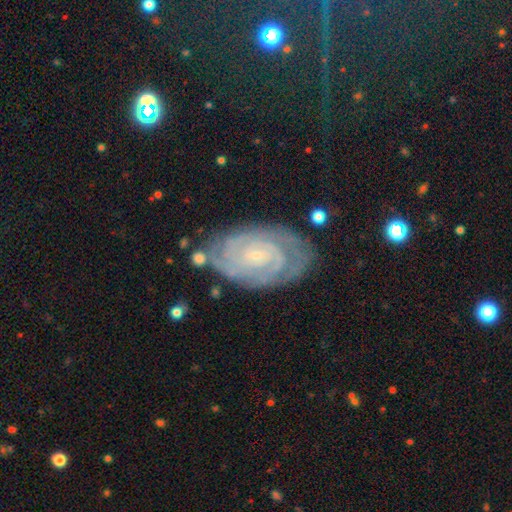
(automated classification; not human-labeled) Smooth or featured?
  - featured or disk: 85% *
  - smooth: 8%
  - star or artifact: 7%
Edge-on disk?
  - no: 96% *
  - yes: 4%
Bar?
  - no: 66% *
  - weak: 27%
  - strong: 7%
Spiral arms?
  - yes: 97% *
  - no: 3%
Spiral winding?
  - tight: 82% *
  - medium: 15%
  - loose: 3%
Spiral arm count?
  - 2: 40% *
  - can't tell: 27%
  - 3: 15%
  - 4: 8%
  - more than 4: 5%
  - 1: 5%
Bulge size?
  - small: 84% *
  - moderate: 10%
  - none: 3%
  - large: 1%
  - dominant: 1%
Merging?
  - none: 74% *
  - minor disturbance: 18%
  - major disturbance: 5%
  - merger: 3%